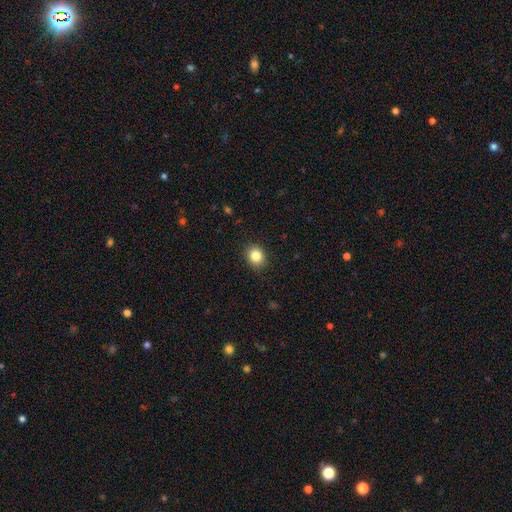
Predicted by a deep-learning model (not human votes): Smooth or featured?
  - smooth: 85% *
  - star or artifact: 10%
  - featured or disk: 5%
How rounded?
  - round: 68% *
  - in between: 31%
  - cigar-shaped: 1%
Merging?
  - none: 89% *
  - minor disturbance: 8%
  - major disturbance: 2%
  - merger: 1%